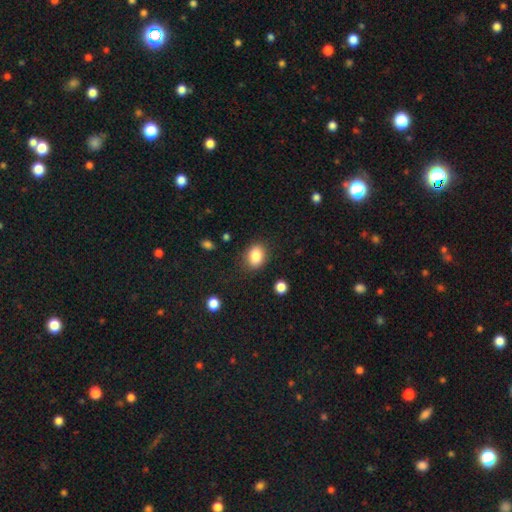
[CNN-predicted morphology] Smooth or featured? Predicted: smooth (p=0.85). How rounded? Predicted: in between (p=0.67). Merging? Predicted: none (p=0.83).